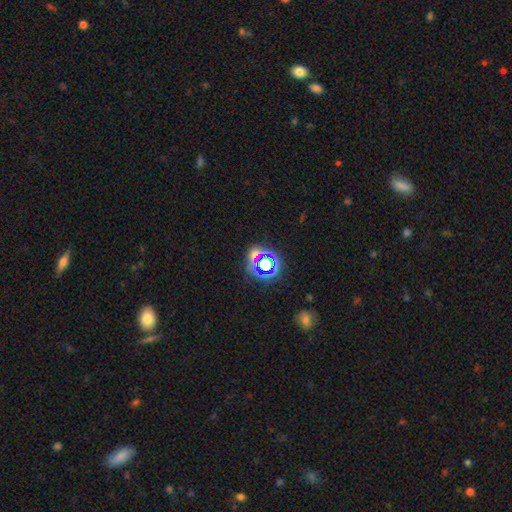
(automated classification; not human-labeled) The model was most divided on "smooth or featured": star or artifact: 58%, smooth: 30%, featured or disk: 12%.